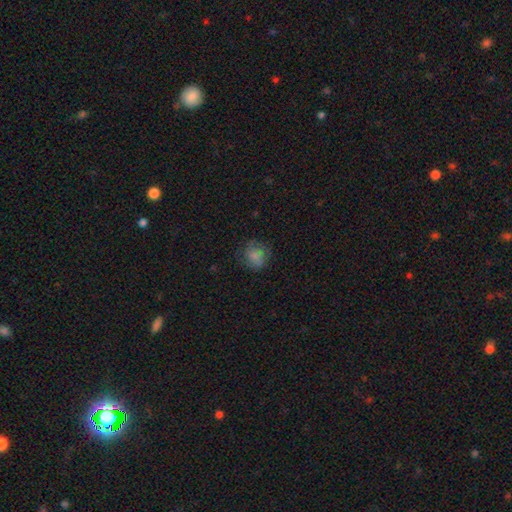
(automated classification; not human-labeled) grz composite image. It shows a smooth galaxy with no disk features (78%) that is round (83%). Merging: none (70%).